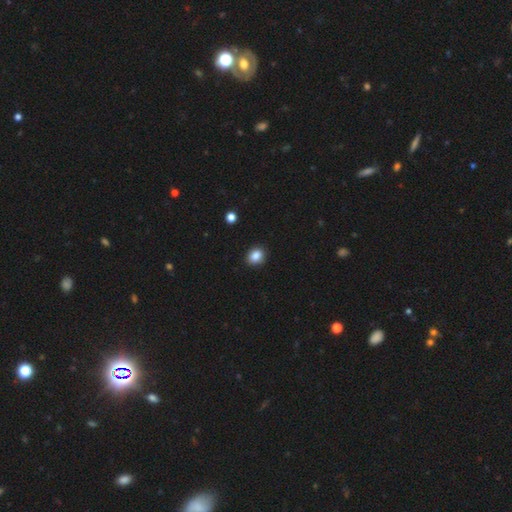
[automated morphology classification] This appears to be a smooth galaxy with no disk features (87%) that is round (56%). Merging: none (90%).